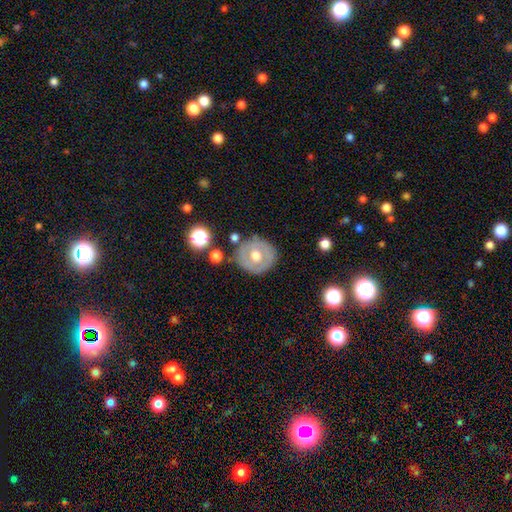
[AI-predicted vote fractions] smooth-or-featured: featured or disk: 51% | smooth: 42% | star or artifact: 7%
  disk-edge-on: no: 95% | yes: 5%
  merging: none: 78% | minor disturbance: 14% | major disturbance: 5% | merger: 4%